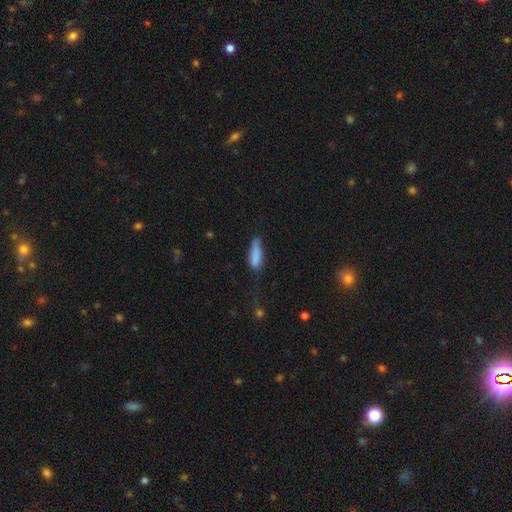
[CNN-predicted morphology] This is clearly a smooth galaxy (82%). How rounded: possibly cigar-shaped (49%, tied with in between). Merging: marginally none (43%).